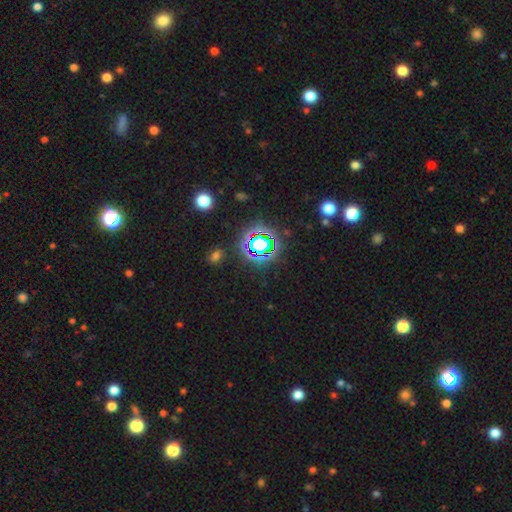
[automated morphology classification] Smooth or featured? Predicted: star or artifact (p=0.79).